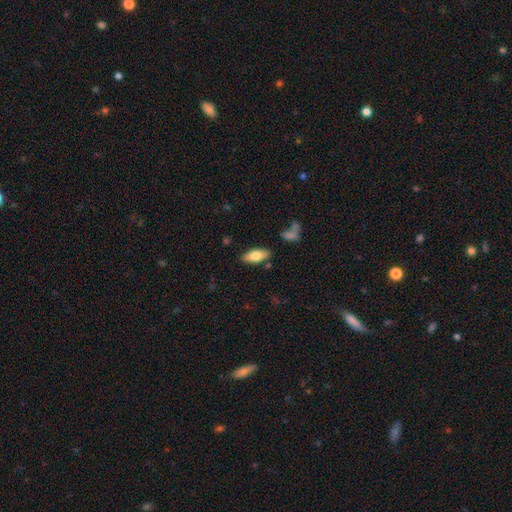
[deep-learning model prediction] Smooth or featured?
  - smooth: 75% *
  - featured or disk: 19%
  - star or artifact: 6%
How rounded?
  - in between: 83% *
  - cigar-shaped: 14%
  - round: 2%
Merging?
  - none: 83% *
  - minor disturbance: 11%
  - merger: 3%
  - major disturbance: 3%